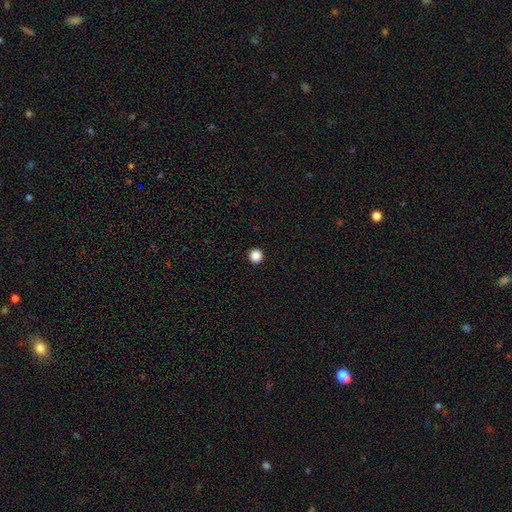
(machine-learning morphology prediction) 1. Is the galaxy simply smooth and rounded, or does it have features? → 87% smooth, 10% star or artifact, 2% featured or disk.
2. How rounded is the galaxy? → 96% round, 3% in between, 1% cigar-shaped.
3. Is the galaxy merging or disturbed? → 94% none, 3% minor disturbance, 1% major disturbance, 1% merger.